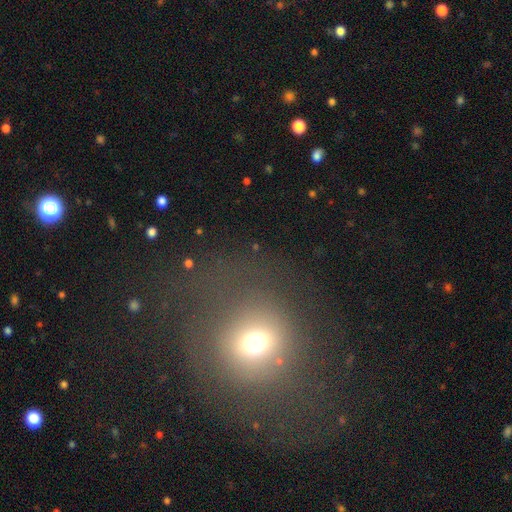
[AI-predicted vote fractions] Smooth or featured?
  - smooth: 55% *
  - star or artifact: 28%
  - featured or disk: 17%
How rounded?
  - round: 81% *
  - in between: 17%
  - cigar-shaped: 1%
Merging?
  - none: 71% *
  - minor disturbance: 13%
  - major disturbance: 13%
  - merger: 3%